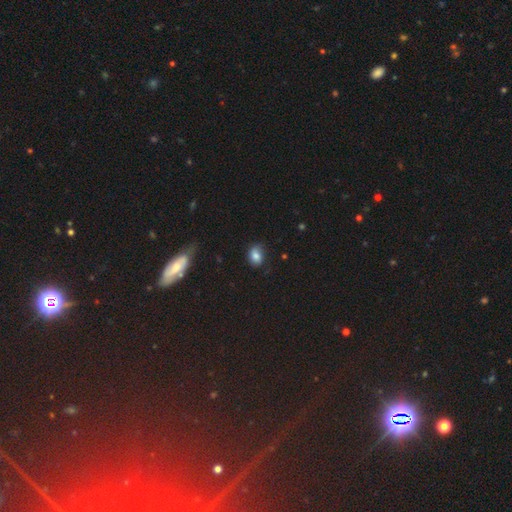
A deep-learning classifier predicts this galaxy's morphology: Overall: smooth (80%). How rounded: in between (72%). Merging: none (67%).